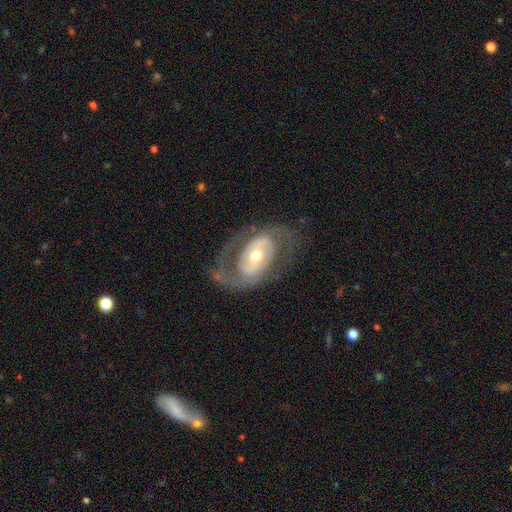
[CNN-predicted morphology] A featured or disk galaxy (84%) with no bar (38%), 2 (80%) medium (48%) spiral arms (86%) and a moderate central bulge (61%).

Vote fractions:
- Smooth or featured? featured or disk: 84% / smooth: 11% / star or artifact: 5%
- Edge-on disk? no: 95% / yes: 5%
- Bar? no: 38% / weak: 35% / strong: 27%
- Spiral arms? yes: 86% / no: 14%
- Spiral winding? medium: 48% / tight: 30% / loose: 22%
- Spiral arm count? 2: 80% / can't tell: 9% / 1: 7% / 3: 2% / 4: 1% / more than 4: 1%
- Bulge size? moderate: 61% / small: 32% / large: 6% / dominant: 1% / none: 1%
- Merging? none: 66% / major disturbance: 17% / minor disturbance: 15% / merger: 2%